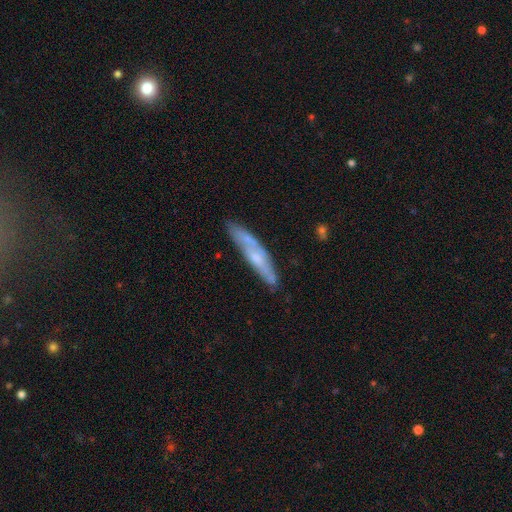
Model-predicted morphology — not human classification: The model was most divided on "smooth or featured": featured or disk: 52%, smooth: 41%, star or artifact: 7%. More confident: merging — none (71%); edge-on disk — yes (63%).